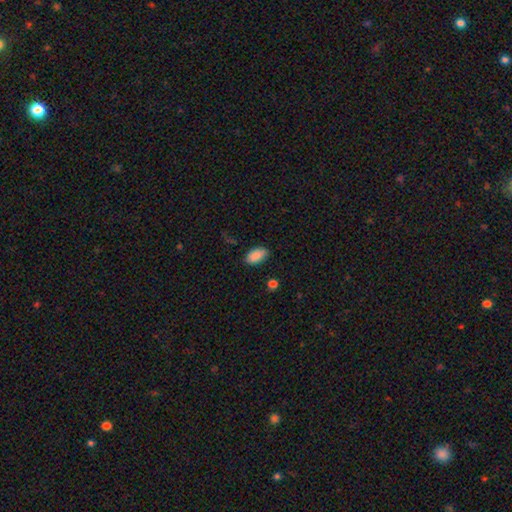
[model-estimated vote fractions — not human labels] Overall: smooth (87%). How rounded: in between (94%). Merging: none (83%).